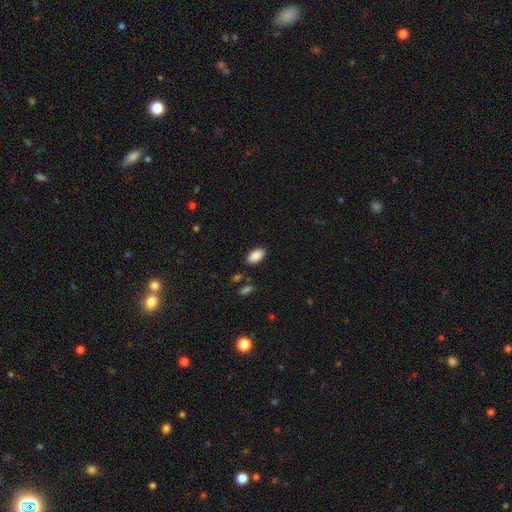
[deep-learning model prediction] Q: Smooth or featured?
A: smooth (89%); runner-up: star or artifact (7%)
Q: How rounded?
A: in between (93%); runner-up: round (4%)
Q: Merging?
A: none (86%); runner-up: minor disturbance (10%)